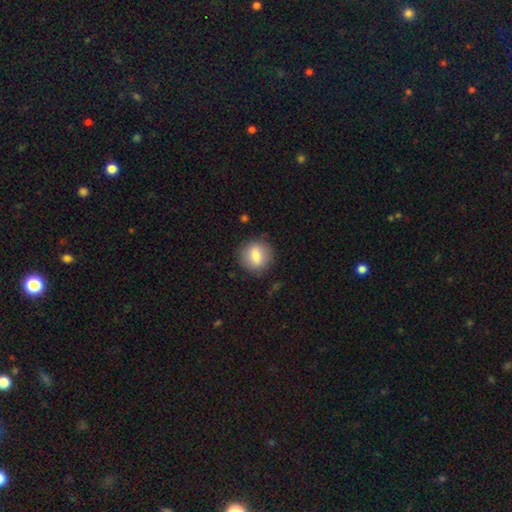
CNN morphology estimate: Smooth or featured?
  - smooth: 81% *
  - featured or disk: 11%
  - star or artifact: 8%
How rounded?
  - round: 80% *
  - in between: 18%
  - cigar-shaped: 1%
Merging?
  - none: 84% *
  - minor disturbance: 11%
  - major disturbance: 4%
  - merger: 1%